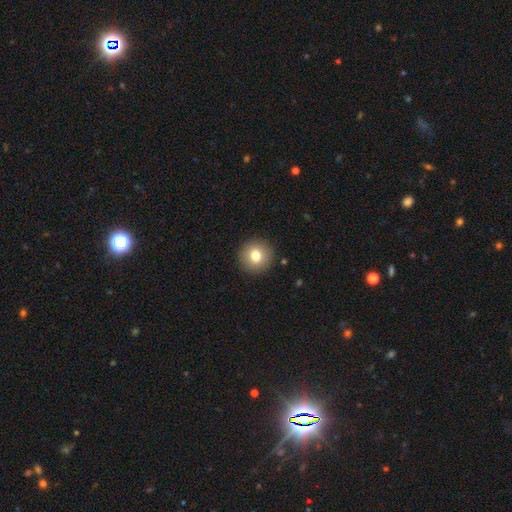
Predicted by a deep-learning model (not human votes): Overall: smooth (78%). How rounded: round (94%). Merging: none (92%).